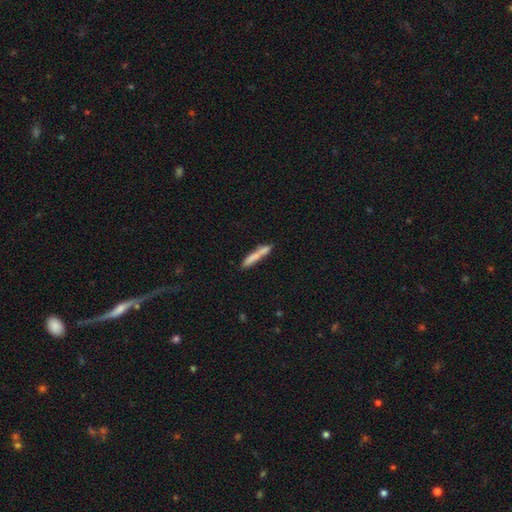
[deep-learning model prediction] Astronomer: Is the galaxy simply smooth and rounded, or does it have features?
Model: smooth — 73%.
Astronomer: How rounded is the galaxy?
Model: cigar-shaped — 93%.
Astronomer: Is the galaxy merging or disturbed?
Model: none — 65%.